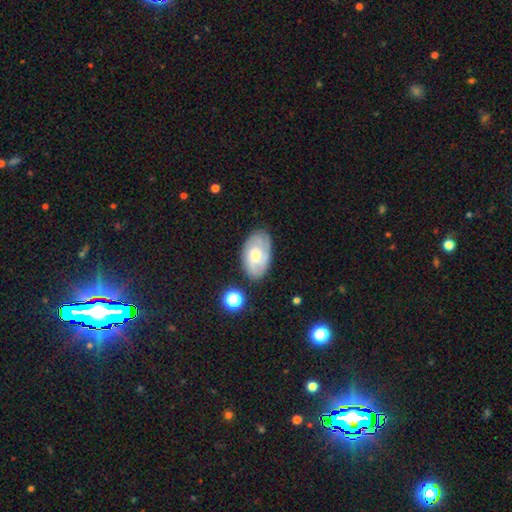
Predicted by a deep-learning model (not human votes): This appears to be a featured or disk galaxy (53%). Merging: none (76%).